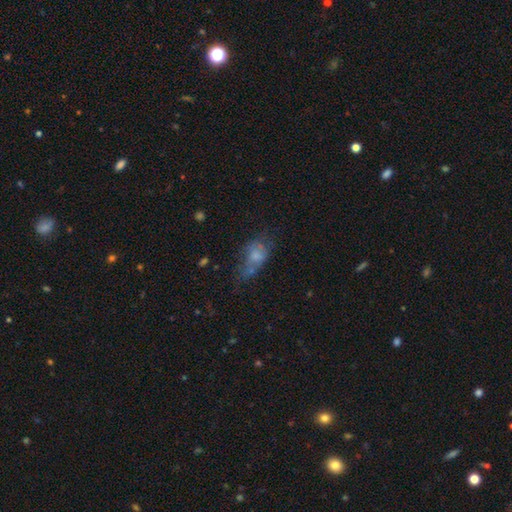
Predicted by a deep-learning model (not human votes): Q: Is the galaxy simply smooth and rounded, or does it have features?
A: smooth — 55%.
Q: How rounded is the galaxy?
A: in between — 82%.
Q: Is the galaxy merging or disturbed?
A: none — 33%.